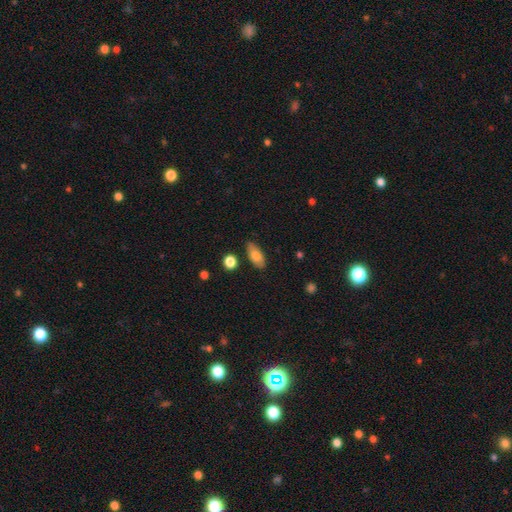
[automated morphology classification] The model was most divided on "smooth or featured": smooth: 77%, featured or disk: 16%, star or artifact: 7%. More confident: how rounded — in between (87%); merging — none (84%).